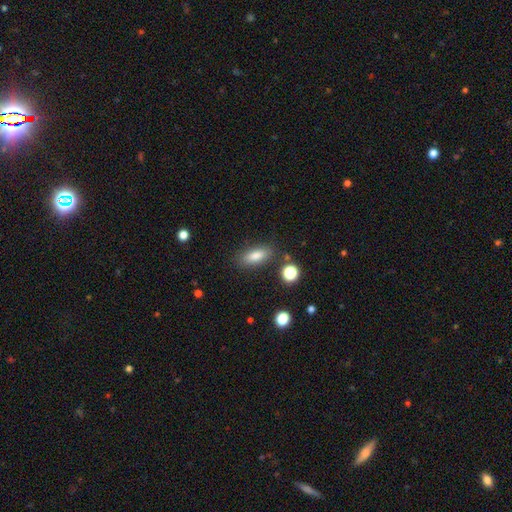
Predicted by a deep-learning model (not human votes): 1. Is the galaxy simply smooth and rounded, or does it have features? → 82% smooth, 9% star or artifact, 9% featured or disk.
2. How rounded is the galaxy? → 78% in between, 18% cigar-shaped, 4% round.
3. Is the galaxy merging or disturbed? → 84% none, 10% minor disturbance, 3% major disturbance, 3% merger.